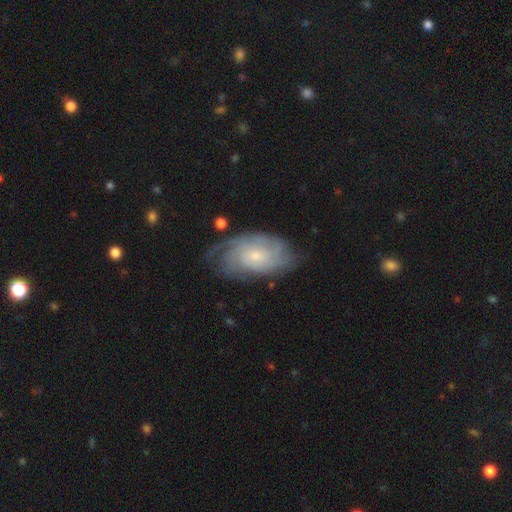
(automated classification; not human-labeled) This appears to be a featured or disk galaxy (72%) with no bar (70%), tight (63%) spiral arms (91%) and a small central bulge (60%). Merging: none (66%).